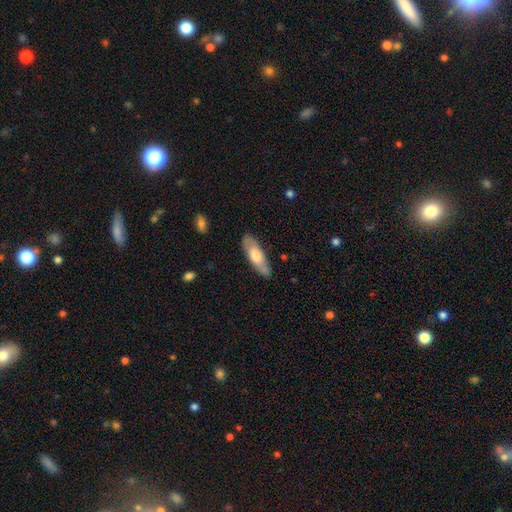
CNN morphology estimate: Smooth or featured?
  - smooth: 56% *
  - featured or disk: 39%
  - star or artifact: 5%
How rounded?
  - in between: 52% *
  - cigar-shaped: 46%
  - round: 2%
Merging?
  - none: 82% *
  - minor disturbance: 13%
  - major disturbance: 3%
  - merger: 2%